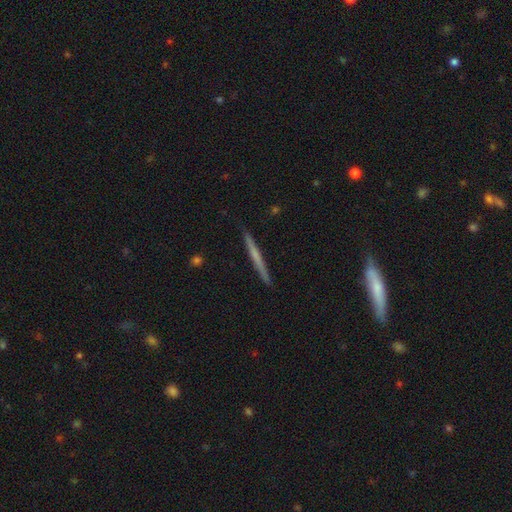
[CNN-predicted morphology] This is possibly a featured or disk galaxy (49%). Merging: clearly none (92%).